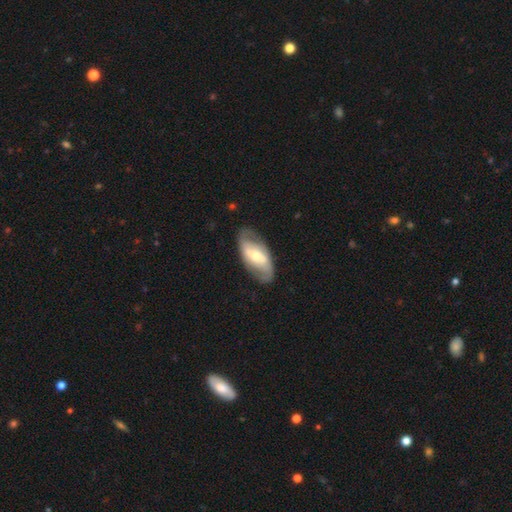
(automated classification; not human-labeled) Overall: featured or disk (66%; smooth 29%). Edge-on disk: no (89%). Bar: strong (49%; weak 32%). Spiral arms: yes (62%; no 38%). Bulge size: moderate (51%; small 41%). Merging: none (76%).